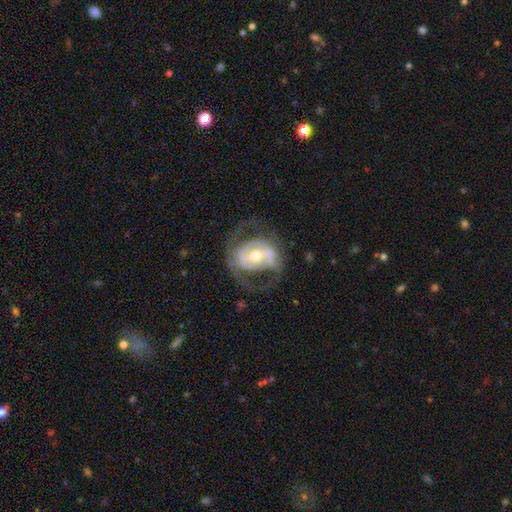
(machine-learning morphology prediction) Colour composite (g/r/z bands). It shows a featured or disk galaxy (83%) with a weak bar (37%), 2 (76%) medium (48%) spiral arms (86%) and a moderate central bulge (57%). Merging: none (58%).